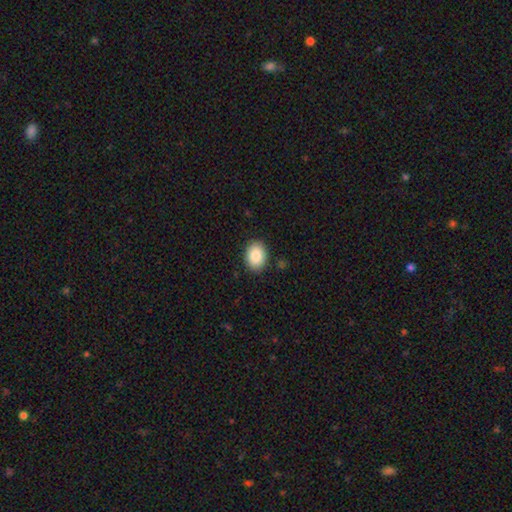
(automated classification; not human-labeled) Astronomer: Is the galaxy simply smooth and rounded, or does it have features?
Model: smooth — 88%.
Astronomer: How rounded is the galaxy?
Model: in between — 69%.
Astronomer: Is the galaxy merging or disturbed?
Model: none — 88%.